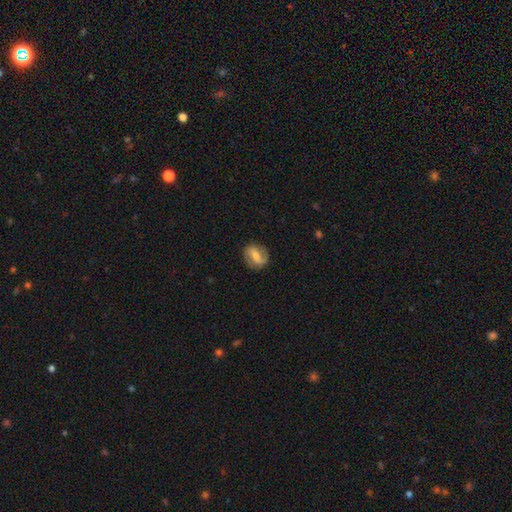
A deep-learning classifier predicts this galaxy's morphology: This is likely a featured or disk galaxy (63%). It is clearly not viewed edge-on (96%). Bar: possibly strong (47%). Spiral arm pattern: clearly yes (84%). Spiral arm count: clearly 2 (87%). Spiral winding: marginally medium (41%). Central bulge: marginally moderate (44%). Merging: clearly none (83%).